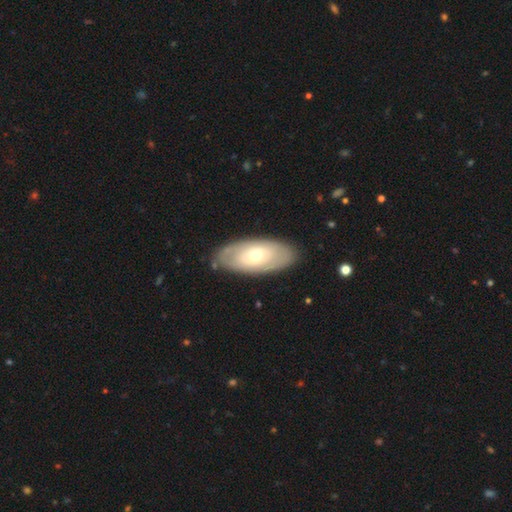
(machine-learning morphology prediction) Smooth or featured: featured or disk — 54% (smooth — 41%)
Edge-on disk: no — 88% (yes — 12%)
Merging: none — 84% (minor disturbance — 12%)